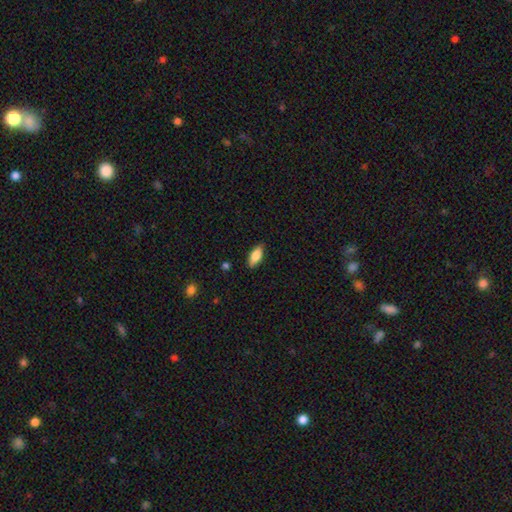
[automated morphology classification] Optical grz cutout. It shows a smooth galaxy with no disk features (82%) that is in between round and cigar-shaped (84%). Merging: none (86%).